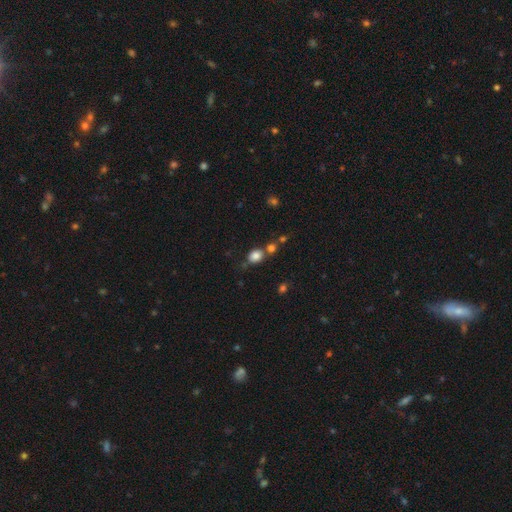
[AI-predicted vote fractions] This appears to be a smooth galaxy with no disk features (82%) that is round (50%). Merging: none (59%).